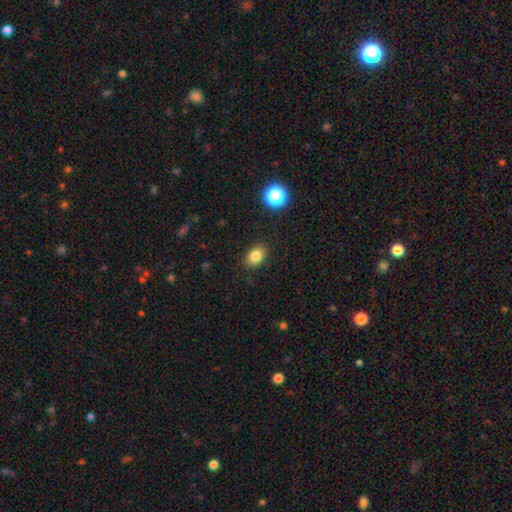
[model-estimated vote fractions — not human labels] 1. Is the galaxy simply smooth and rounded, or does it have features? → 83% smooth, 11% star or artifact, 6% featured or disk.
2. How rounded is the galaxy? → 74% in between, 25% round, 1% cigar-shaped.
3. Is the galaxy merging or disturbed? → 87% none, 9% minor disturbance, 3% major disturbance, 1% merger.